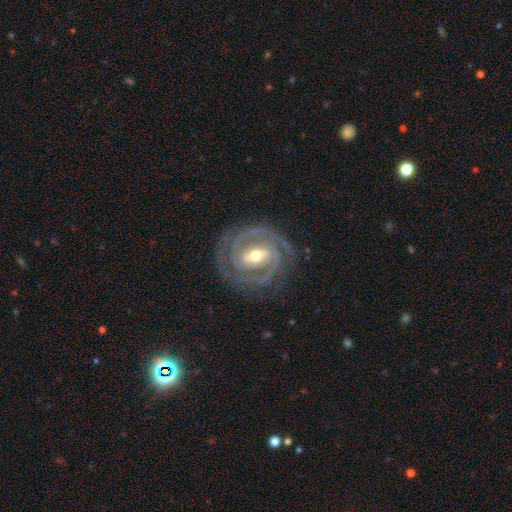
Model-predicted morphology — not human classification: smooth-or-featured: featured or disk: 91% | star or artifact: 5% | smooth: 5%
  disk-edge-on: no: 97% | yes: 3%
    bar: strong: 50% | weak: 35% | no: 14%
    has-spiral-arms: yes: 97% | no: 3%
      spiral-winding: tight: 75% | medium: 22% | loose: 3%
      spiral-arm-count: 2: 73% | 3: 12% | can't tell: 7% | 4: 3% | 1: 2% | more than 4: 2%
    bulge-size: moderate: 60% | small: 35% | large: 3% | none: 1% | dominant: 1%
  merging: none: 82% | minor disturbance: 12% | major disturbance: 5% | merger: 1%